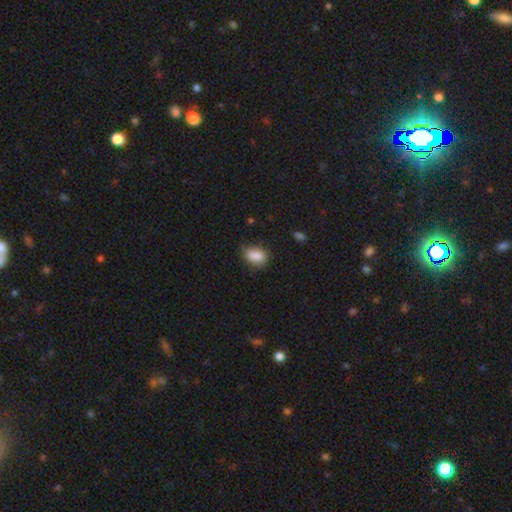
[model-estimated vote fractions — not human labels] Overall: smooth (86%). How rounded: in between (83%). Merging: none (64%; minor disturbance 29%).